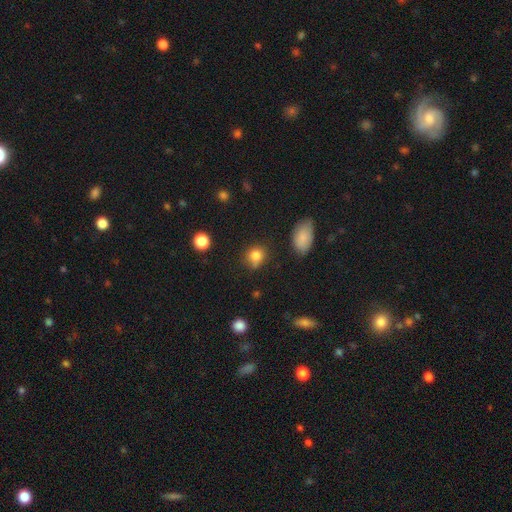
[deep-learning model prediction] smooth_or_featured: smooth (p=0.81) [alt: star or artifact p=0.12]
how_rounded: round (p=0.71) [alt: in between p=0.27]
merging: none (p=0.68) [alt: minor disturbance p=0.20]